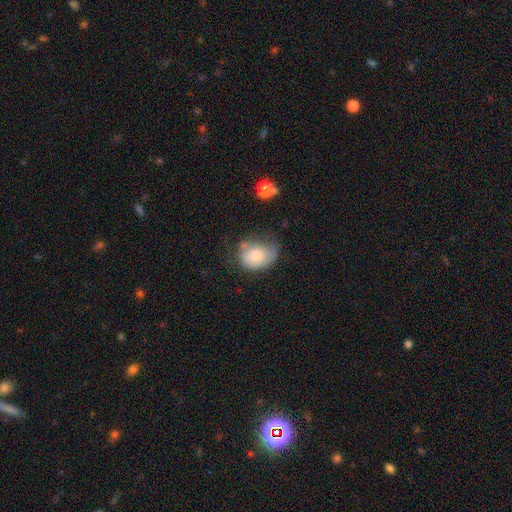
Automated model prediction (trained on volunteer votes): smooth-or-featured: smooth: 70% | featured or disk: 22% | star or artifact: 8%
  how-rounded: in between: 63% | round: 36% | cigar-shaped: 1%
  merging: none: 38% | minor disturbance: 37% | major disturbance: 19% | merger: 6%